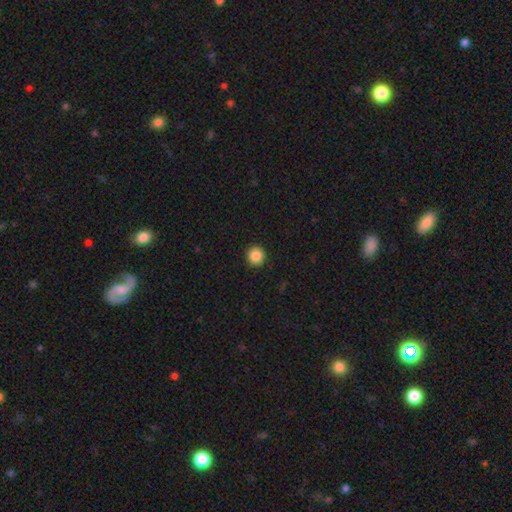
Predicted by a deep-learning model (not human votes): Smooth or featured? smooth (88%)
How rounded? round (94%)
Merging? none (93%)